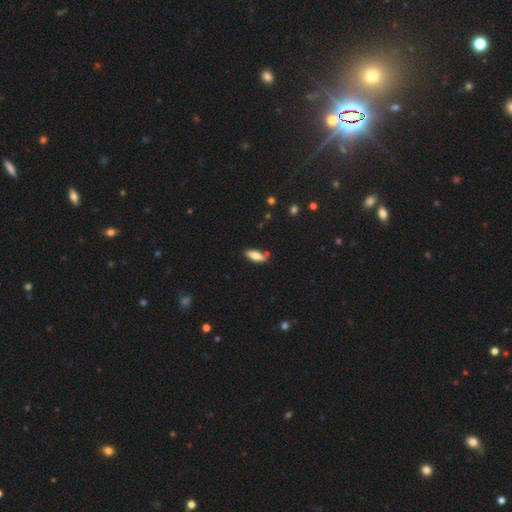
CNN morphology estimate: A smooth galaxy with no disk features (74%) that is in between round and cigar-shaped (69%). Merging: none (78%).